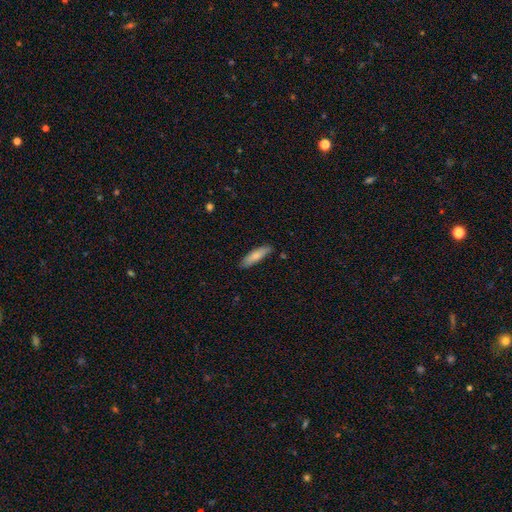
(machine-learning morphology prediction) Smooth or featured: smooth — 78% (featured or disk — 16%)
How rounded: cigar-shaped — 65% (in between — 34%)
Merging: none — 82% (minor disturbance — 14%)